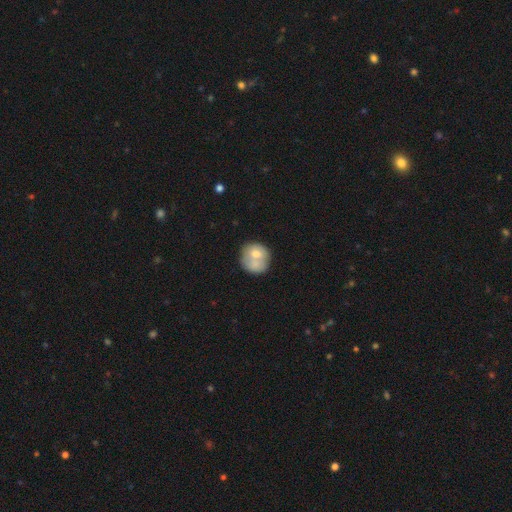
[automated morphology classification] Overall: smooth (66%). How rounded: round (82%). Merging: none (47%; merger 32%).